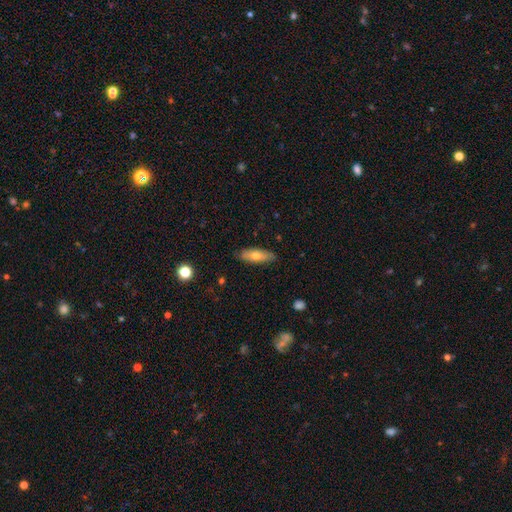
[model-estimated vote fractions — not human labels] A smooth galaxy with no disk features (64%) that is in between round and cigar-shaped (58%).

Vote fractions:
- Smooth or featured? smooth: 64% / featured or disk: 30% / star or artifact: 6%
- How rounded? in between: 58% / cigar-shaped: 39% / round: 3%
- Merging? none: 84% / minor disturbance: 13% / major disturbance: 2% / merger: 1%